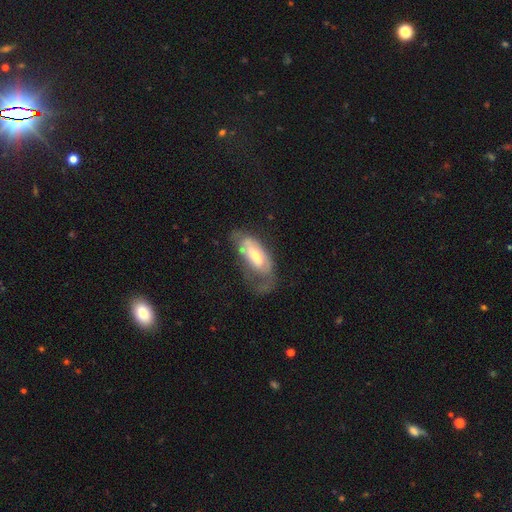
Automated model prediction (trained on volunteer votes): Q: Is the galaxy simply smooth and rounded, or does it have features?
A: featured or disk — 56%.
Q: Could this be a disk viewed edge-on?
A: no — 85%.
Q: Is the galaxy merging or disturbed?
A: major disturbance — 35%.